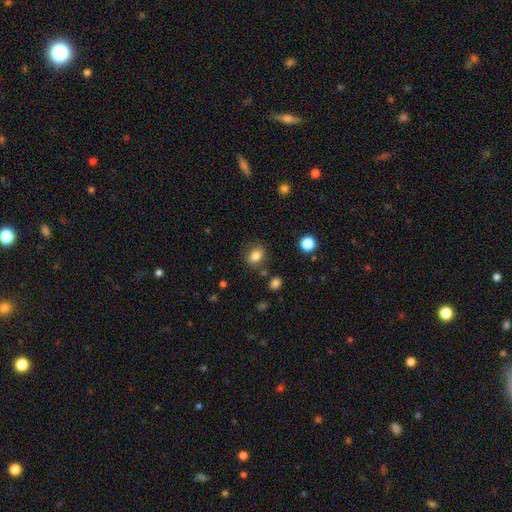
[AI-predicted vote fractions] Smooth or featured: smooth — 81% (star or artifact — 11%)
How rounded: in between — 50% (round — 49%)
Merging: none — 80% (minor disturbance — 12%)